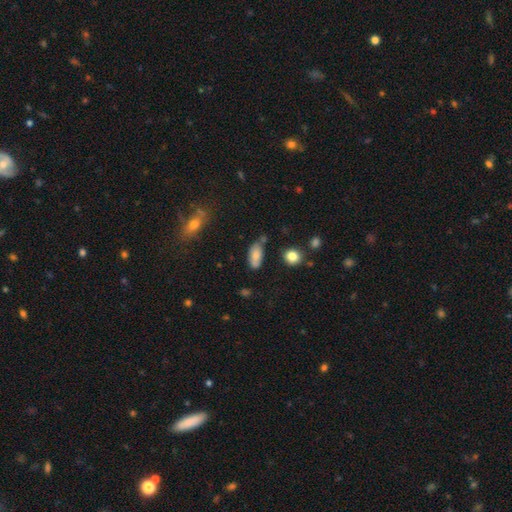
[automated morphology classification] Smooth or featured?
  - smooth: 77% *
  - featured or disk: 15%
  - star or artifact: 8%
How rounded?
  - in between: 88% *
  - cigar-shaped: 8%
  - round: 4%
Merging?
  - none: 57% *
  - minor disturbance: 26%
  - merger: 10%
  - major disturbance: 6%